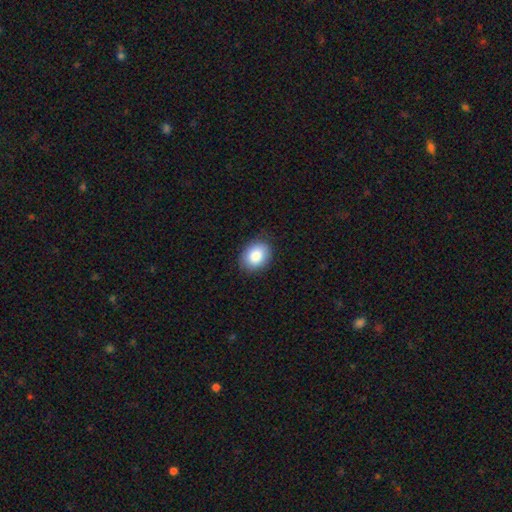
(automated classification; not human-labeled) Smooth or featured?
  - smooth: 86% *
  - star or artifact: 7%
  - featured or disk: 6%
How rounded?
  - in between: 62% *
  - round: 38%
  - cigar-shaped: 1%
Merging?
  - none: 85% *
  - minor disturbance: 11%
  - major disturbance: 2%
  - merger: 1%